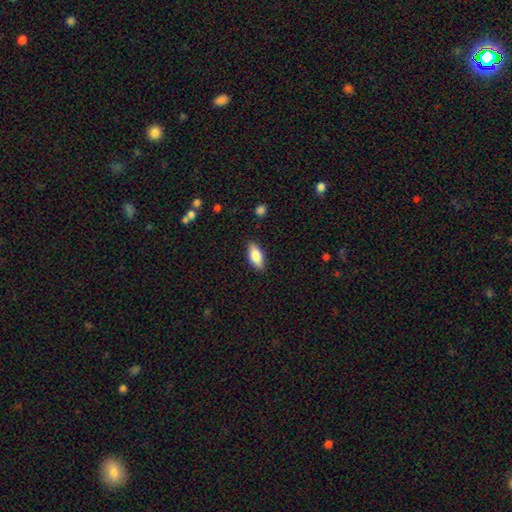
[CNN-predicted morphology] Smooth or featured: smooth — 79% (featured or disk — 14%)
How rounded: in between — 85% (cigar-shaped — 12%)
Merging: none — 86% (minor disturbance — 10%)